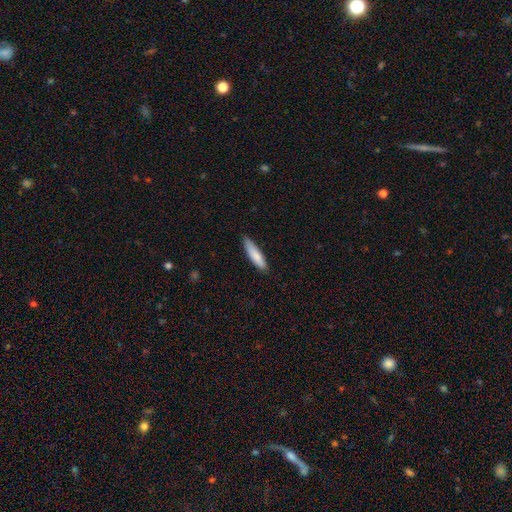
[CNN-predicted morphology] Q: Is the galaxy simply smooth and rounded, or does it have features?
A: smooth — 83%.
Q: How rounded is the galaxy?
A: cigar-shaped — 73%.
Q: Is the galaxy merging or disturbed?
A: none — 83%.